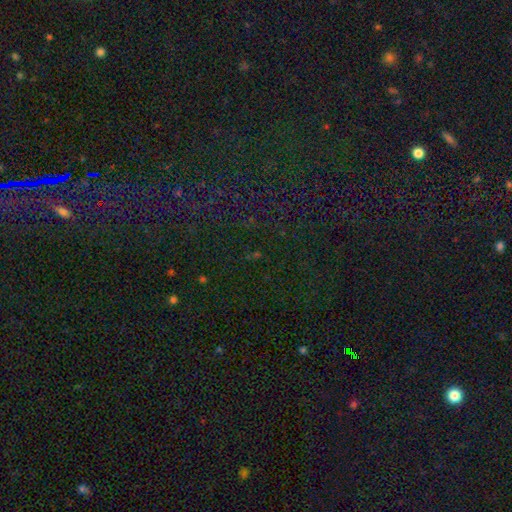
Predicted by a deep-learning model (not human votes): This appears to be a star or artifact, not a galaxy (81%).